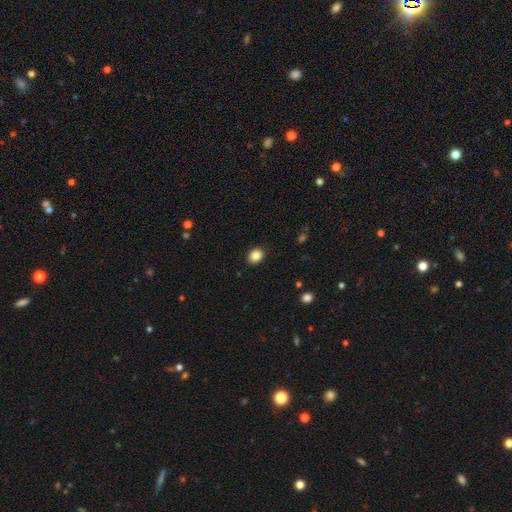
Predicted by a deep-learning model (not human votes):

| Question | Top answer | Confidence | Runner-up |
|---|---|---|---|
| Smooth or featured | smooth | 87% | star or artifact (10%) |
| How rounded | round | 61% | in between (38%) |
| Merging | none | 90% | minor disturbance (7%) |